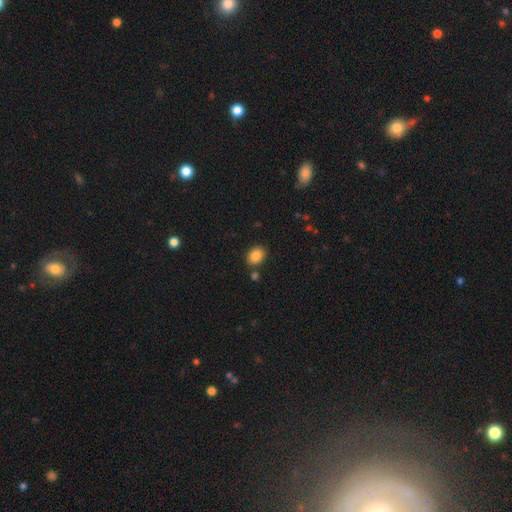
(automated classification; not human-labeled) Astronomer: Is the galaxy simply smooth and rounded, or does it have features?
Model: smooth — 86%.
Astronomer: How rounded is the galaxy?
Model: in between — 57% (runner-up: round, 42%).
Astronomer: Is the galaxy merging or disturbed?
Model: none — 82%.